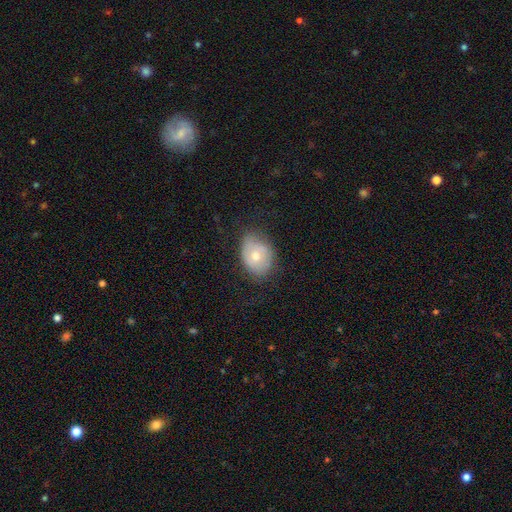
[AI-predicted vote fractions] Smooth or featured: smooth — 58% (featured or disk — 34%)
How rounded: in between — 66% (round — 33%)
Merging: none — 62% (minor disturbance — 27%)